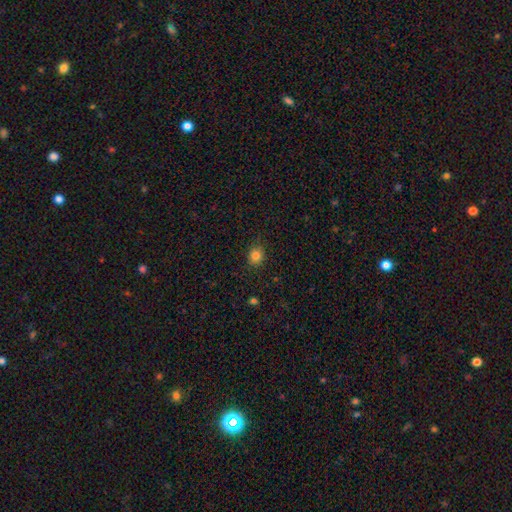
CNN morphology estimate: This is clearly a smooth galaxy (82%). How rounded: likely round (72%). Merging: clearly none (85%).